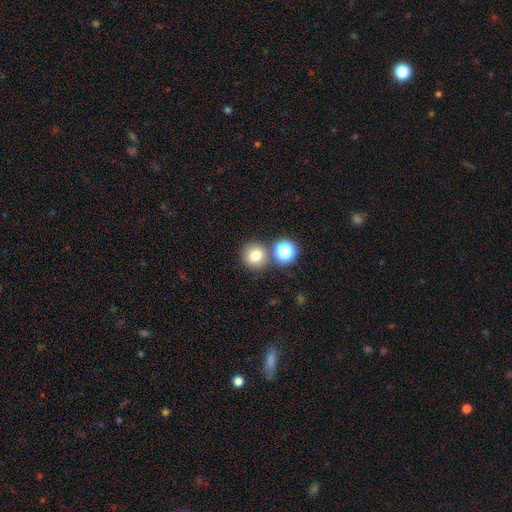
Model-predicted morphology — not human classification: Overall: smooth (78%). How rounded: round (90%). Merging: none (74%).